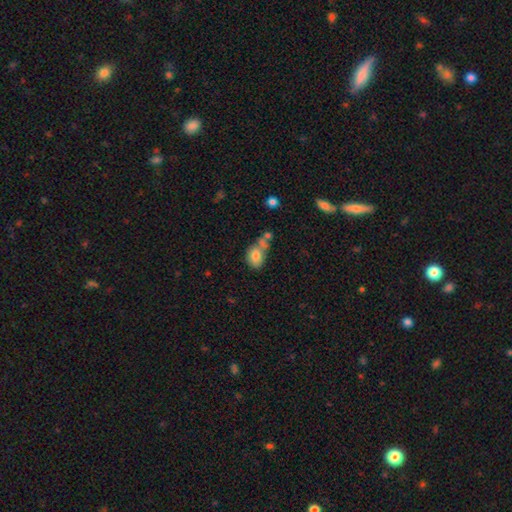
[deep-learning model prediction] Smooth or featured? Predicted: smooth (p=0.78). How rounded? Predicted: in between (p=0.74). Merging? Predicted: merger (p=0.40).